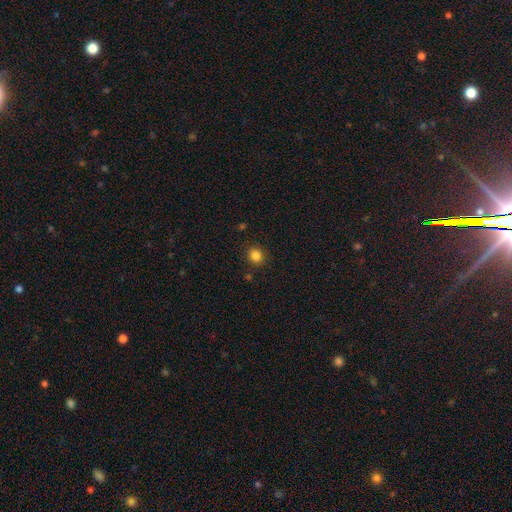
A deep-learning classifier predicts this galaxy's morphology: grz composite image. It shows a smooth galaxy with no disk features (84%) that is round (83%). Merging: none (88%).